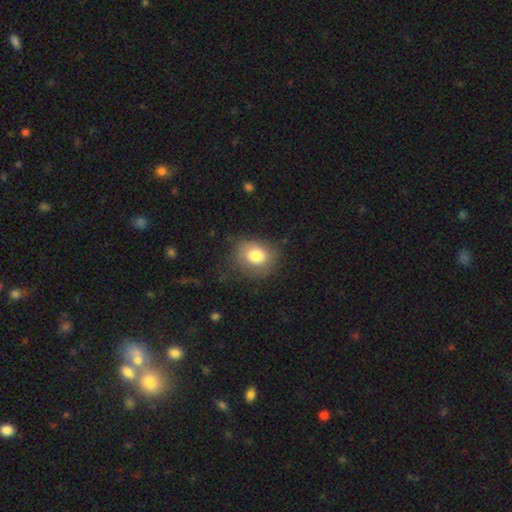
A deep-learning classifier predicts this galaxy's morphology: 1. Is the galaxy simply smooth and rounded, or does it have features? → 79% smooth, 12% featured or disk, 9% star or artifact.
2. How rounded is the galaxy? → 60% round, 39% in between, 1% cigar-shaped.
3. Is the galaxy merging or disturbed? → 70% none, 20% minor disturbance, 8% major disturbance, 1% merger.